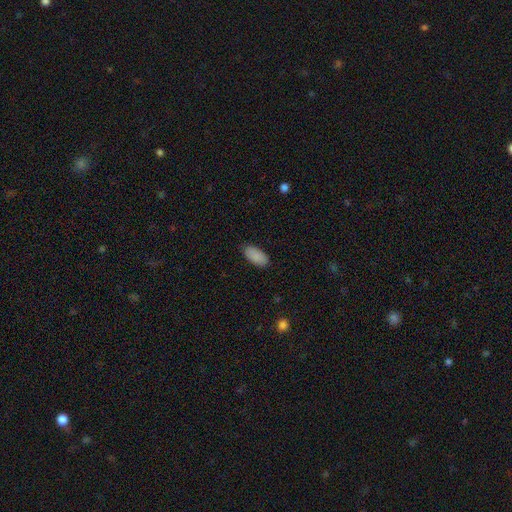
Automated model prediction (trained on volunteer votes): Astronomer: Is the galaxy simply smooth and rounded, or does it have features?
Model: smooth — 89%.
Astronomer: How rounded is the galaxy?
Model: in between — 93%.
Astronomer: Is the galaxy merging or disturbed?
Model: none — 86%.